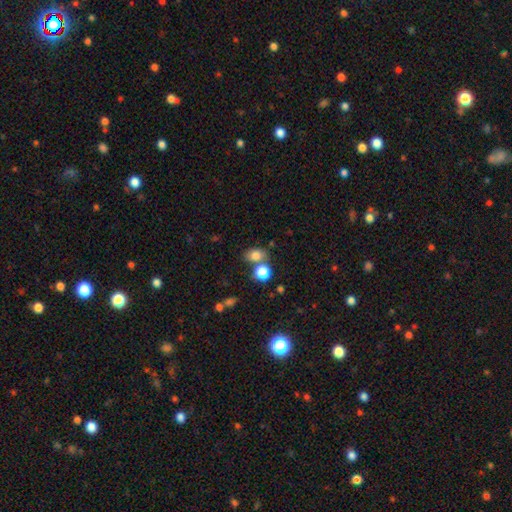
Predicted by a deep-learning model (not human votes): The model was most divided on "how rounded": in between: 62%, round: 37%, cigar-shaped: 1%. More confident: smooth or featured — smooth (79%); merging — none (61%).